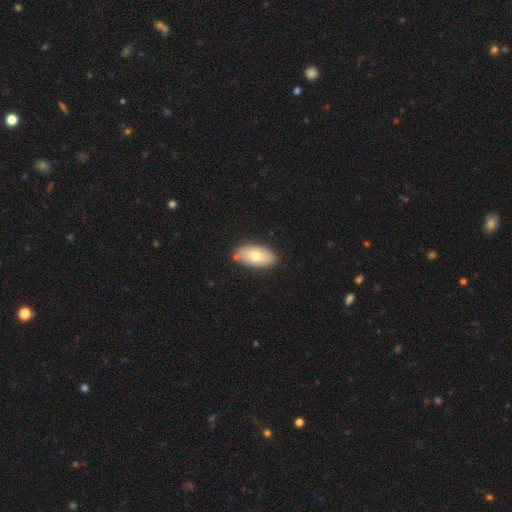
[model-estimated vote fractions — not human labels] Morphology: type=smooth (70%); roundness=in between (92%); merging=none (82%).